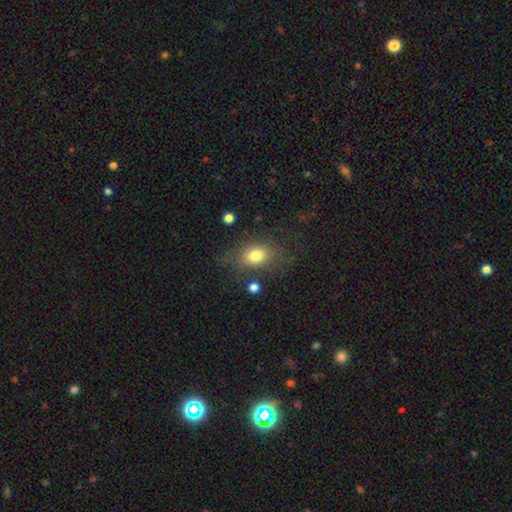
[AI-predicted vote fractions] smooth-or-featured: smooth: 75% | featured or disk: 14% | star or artifact: 11%
  how-rounded: in between: 69% | round: 29% | cigar-shaped: 2%
  merging: none: 67% | minor disturbance: 18% | major disturbance: 12% | merger: 3%